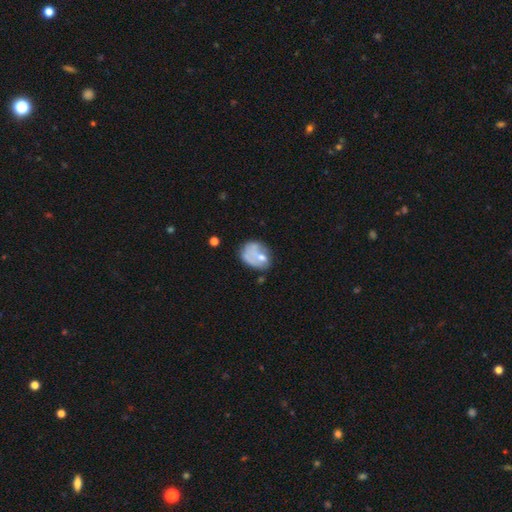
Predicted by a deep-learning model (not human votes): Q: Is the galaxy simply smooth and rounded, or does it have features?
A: featured or disk — 45%, tied with smooth.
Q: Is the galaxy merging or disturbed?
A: none — 38%.